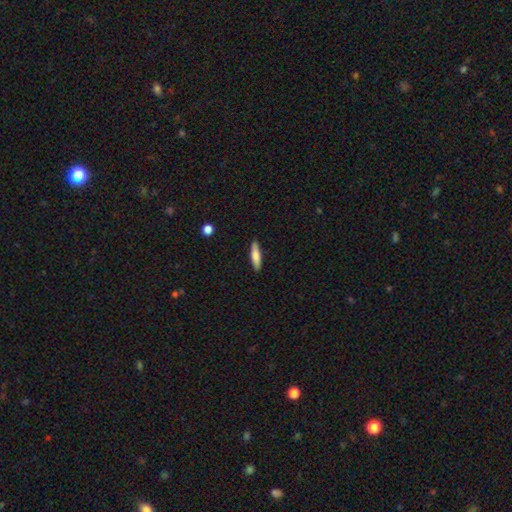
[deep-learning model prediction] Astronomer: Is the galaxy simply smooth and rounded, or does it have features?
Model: smooth — 78%.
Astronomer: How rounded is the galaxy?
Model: cigar-shaped — 72%.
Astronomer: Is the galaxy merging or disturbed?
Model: none — 88%.